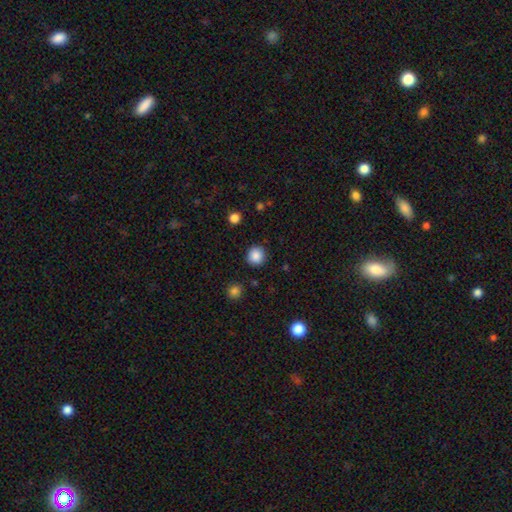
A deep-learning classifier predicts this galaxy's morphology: Smooth or featured?
  - smooth: 87% *
  - star or artifact: 9%
  - featured or disk: 3%
How rounded?
  - round: 94% *
  - in between: 5%
  - cigar-shaped: 1%
Merging?
  - none: 91% *
  - minor disturbance: 5%
  - major disturbance: 2%
  - merger: 1%